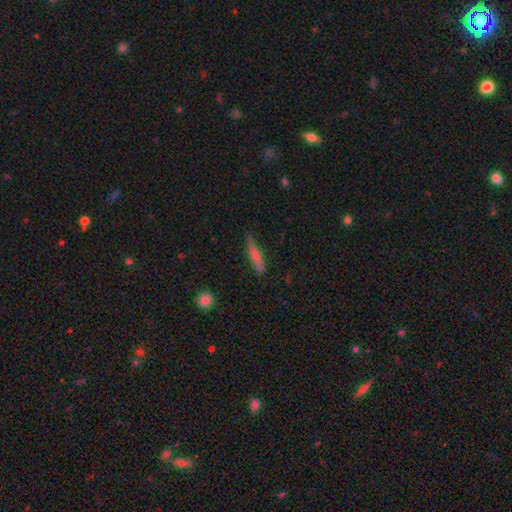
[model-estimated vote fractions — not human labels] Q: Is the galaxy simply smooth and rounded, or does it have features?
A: smooth — 62%.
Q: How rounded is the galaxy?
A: cigar-shaped — 87%.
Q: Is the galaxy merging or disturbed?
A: none — 78%.